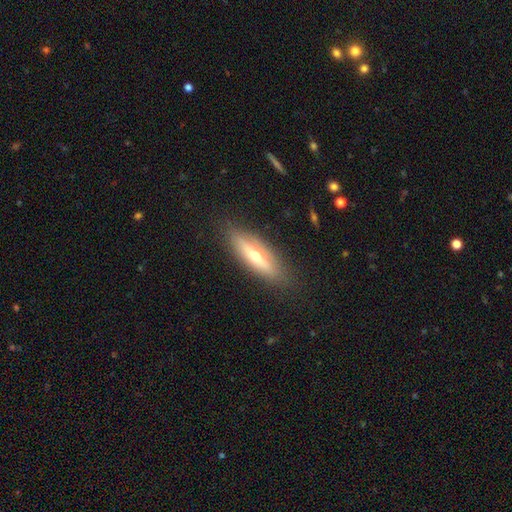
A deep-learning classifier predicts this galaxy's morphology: type=featured or disk (55%); edge-on=yes (81%); merging=none (86%).